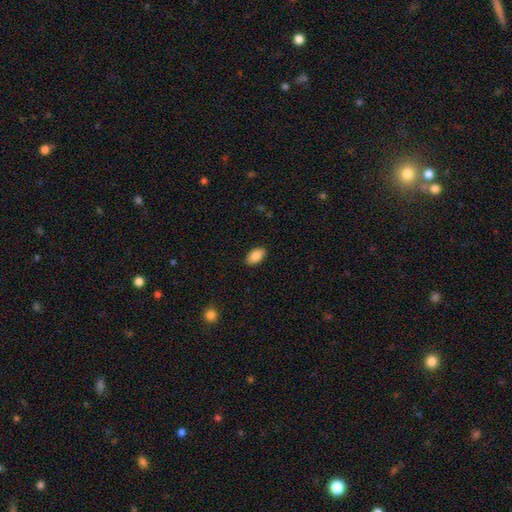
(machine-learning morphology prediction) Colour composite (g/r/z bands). It shows a smooth galaxy with no disk features (87%) that is in between round and cigar-shaped (94%). Merging: none (88%).